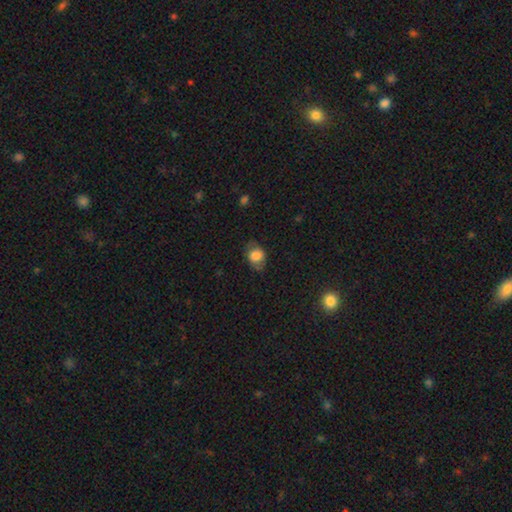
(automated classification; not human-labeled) The model was most divided on "how rounded": in between: 59%, round: 40%, cigar-shaped: 1%. More confident: smooth or featured — smooth (77%); merging — none (70%).